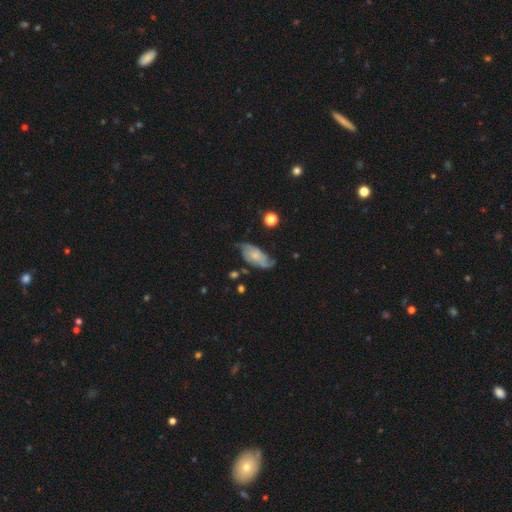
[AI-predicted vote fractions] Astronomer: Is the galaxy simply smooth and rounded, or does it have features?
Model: featured or disk — 59%.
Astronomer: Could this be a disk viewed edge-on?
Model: no — 92%.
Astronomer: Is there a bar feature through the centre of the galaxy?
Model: no — 74%.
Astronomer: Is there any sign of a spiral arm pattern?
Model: yes — 86%.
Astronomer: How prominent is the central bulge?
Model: small — 59%.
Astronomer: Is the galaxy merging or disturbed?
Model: none — 55%.